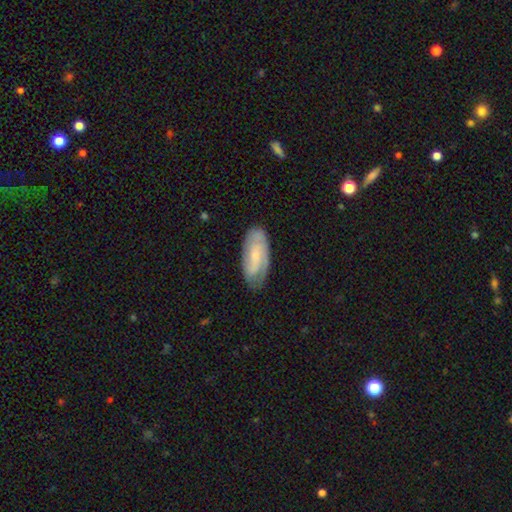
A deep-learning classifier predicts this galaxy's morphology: type=featured or disk (63%); edge-on=no (93%); bar=no (45%); spiral arms=yes (90%); winding=tight (49%); arm count=2 (56%); bulge=small (64%); merging=none (76%).